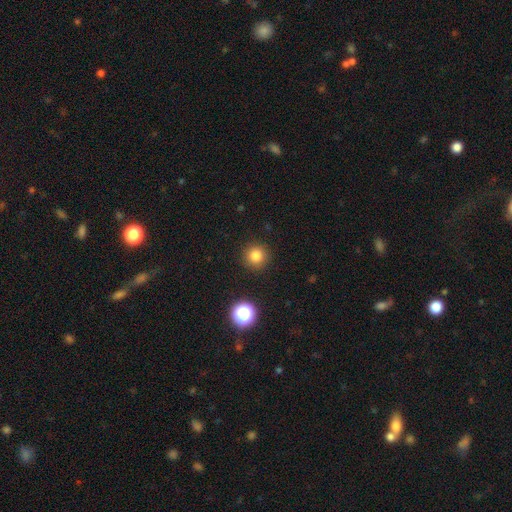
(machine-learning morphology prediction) smooth_or_featured: smooth (p=0.81) [alt: star or artifact p=0.14]
how_rounded: round (p=0.95) [alt: in between p=0.04]
merging: none (p=0.91) [alt: minor disturbance p=0.05]